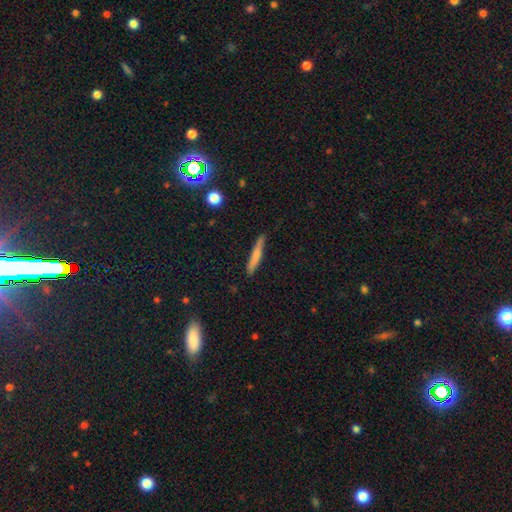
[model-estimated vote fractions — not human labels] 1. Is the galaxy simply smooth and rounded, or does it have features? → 64% smooth, 30% featured or disk, 7% star or artifact.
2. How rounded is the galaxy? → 94% cigar-shaped, 5% in between, 2% round.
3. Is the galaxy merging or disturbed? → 85% none, 11% minor disturbance, 2% major disturbance, 2% merger.